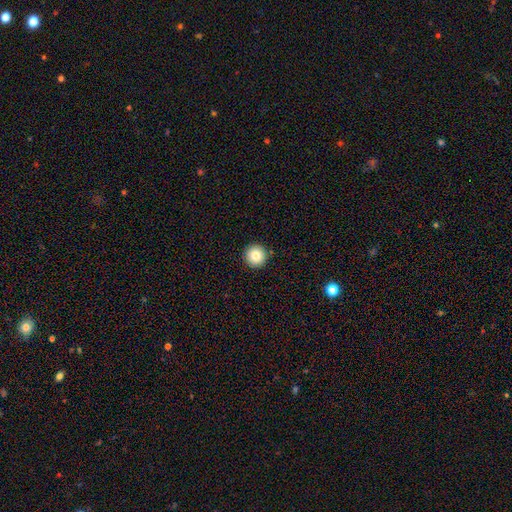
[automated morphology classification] This appears to be a smooth galaxy with no disk features (83%) that is round (96%). Merging: none (93%).